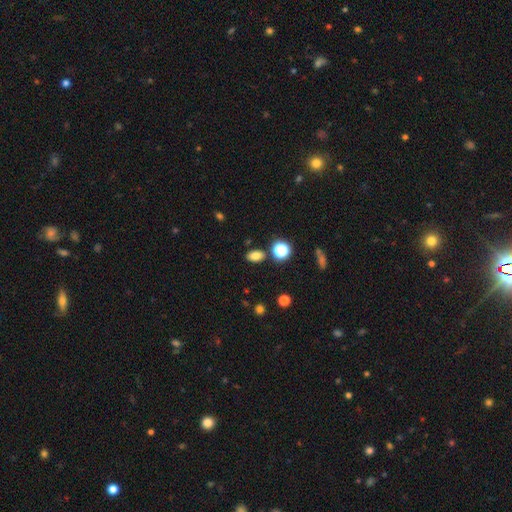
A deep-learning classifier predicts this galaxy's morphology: Smooth or featured? Predicted: smooth (p=0.79). How rounded? Predicted: in between (p=0.81). Merging? Predicted: none (p=0.83).